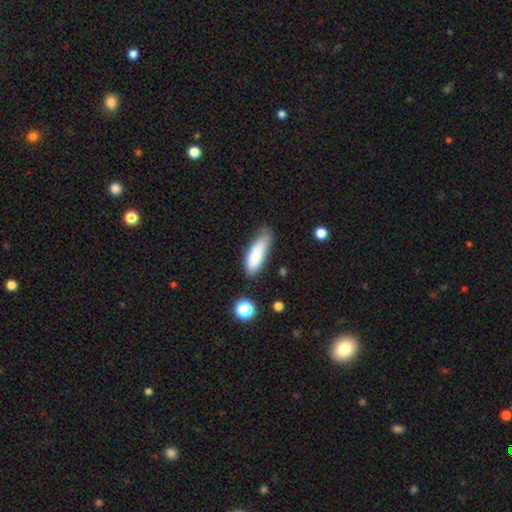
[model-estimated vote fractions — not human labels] Smooth or featured?
  - smooth: 76% *
  - featured or disk: 16%
  - star or artifact: 8%
How rounded?
  - in between: 59% *
  - cigar-shaped: 38%
  - round: 2%
Merging?
  - none: 55% *
  - minor disturbance: 31%
  - major disturbance: 9%
  - merger: 4%